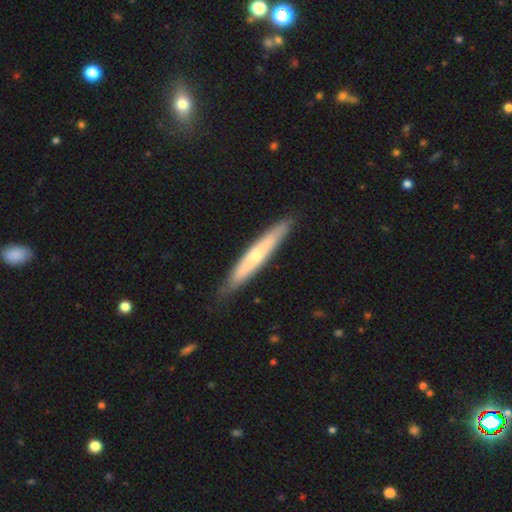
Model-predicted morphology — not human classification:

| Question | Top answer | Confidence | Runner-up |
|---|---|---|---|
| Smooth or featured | featured or disk | 52% | smooth (41%) |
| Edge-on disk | yes | 90% | no (10%) |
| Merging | none | 86% | minor disturbance (11%) |